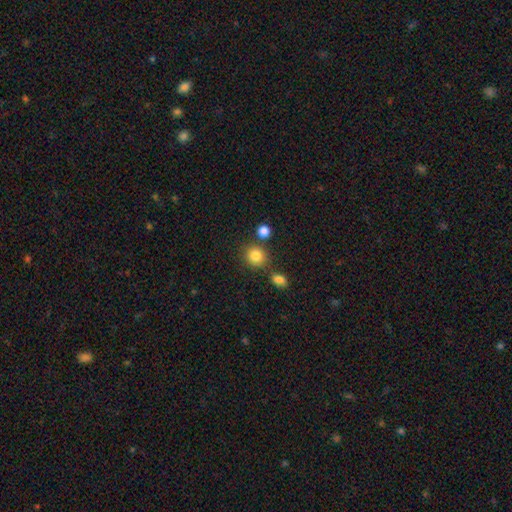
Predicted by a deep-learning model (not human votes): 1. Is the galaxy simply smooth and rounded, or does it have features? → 84% smooth, 11% star or artifact, 5% featured or disk.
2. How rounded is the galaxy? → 85% round, 14% in between, 1% cigar-shaped.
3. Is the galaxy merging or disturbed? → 76% none, 11% merger, 10% minor disturbance, 3% major disturbance.